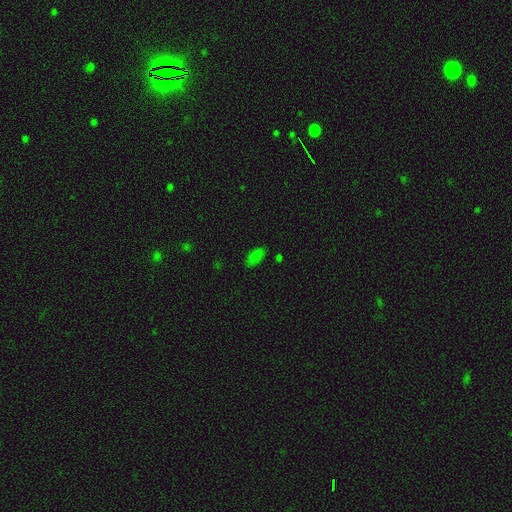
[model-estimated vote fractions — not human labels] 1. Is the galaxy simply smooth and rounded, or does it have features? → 79% smooth, 16% star or artifact, 5% featured or disk.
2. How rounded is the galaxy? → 89% in between, 7% cigar-shaped, 4% round.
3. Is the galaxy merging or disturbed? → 79% none, 15% minor disturbance, 4% major disturbance, 2% merger.